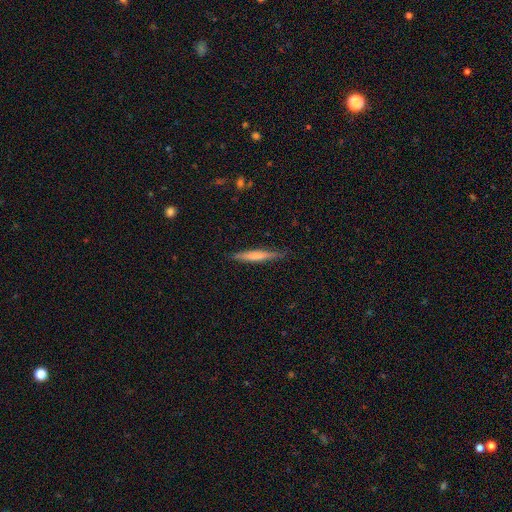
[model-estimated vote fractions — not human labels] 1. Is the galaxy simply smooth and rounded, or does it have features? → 63% smooth, 31% featured or disk, 6% star or artifact.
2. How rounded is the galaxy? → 94% cigar-shaped, 5% in between, 1% round.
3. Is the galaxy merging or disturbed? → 85% none, 12% minor disturbance, 2% major disturbance, 1% merger.